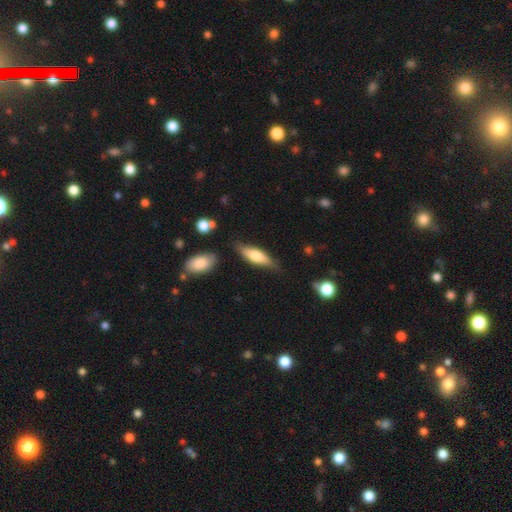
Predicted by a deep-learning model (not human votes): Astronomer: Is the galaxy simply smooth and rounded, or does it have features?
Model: smooth — 63%.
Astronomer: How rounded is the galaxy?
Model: in between — 51% (runner-up: cigar-shaped, 47%).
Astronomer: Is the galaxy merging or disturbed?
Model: none — 72%.